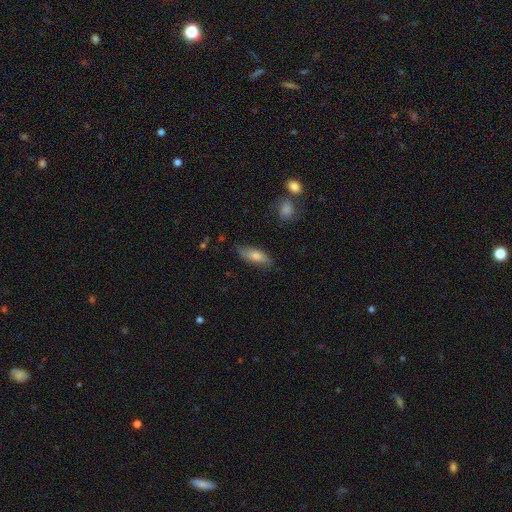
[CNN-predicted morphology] This appears to be a smooth galaxy with no disk features (71%) that is in between round and cigar-shaped (64%). Merging: none (80%).